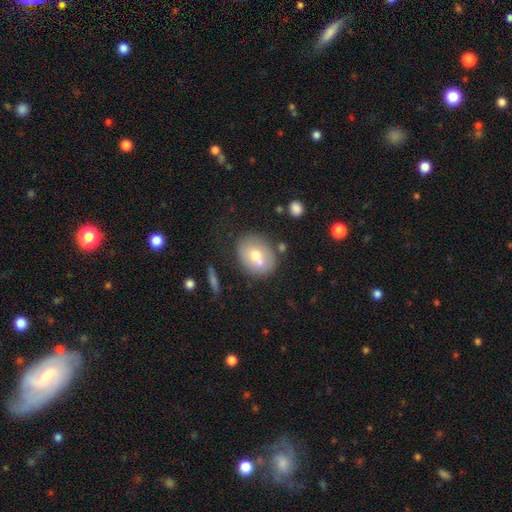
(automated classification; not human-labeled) smooth-or-featured: smooth: 62% | featured or disk: 29% | star or artifact: 9%
  how-rounded: round: 52% | in between: 47% | cigar-shaped: 1%
  merging: none: 55% | merger: 26% | minor disturbance: 15% | major disturbance: 5%